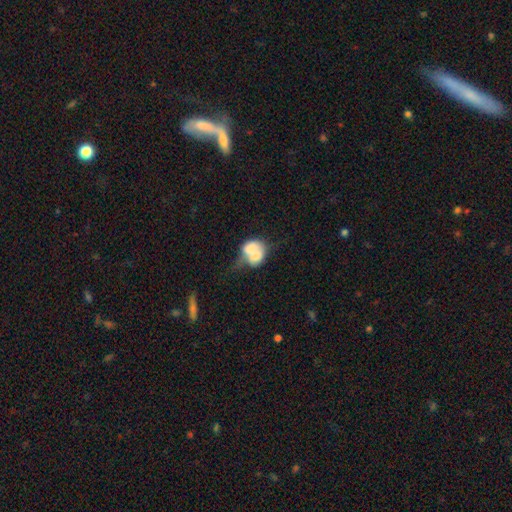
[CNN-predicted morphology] Overall: smooth (63%; featured or disk 29%). How rounded: in between (57%; round 42%). Merging: merger (65%).